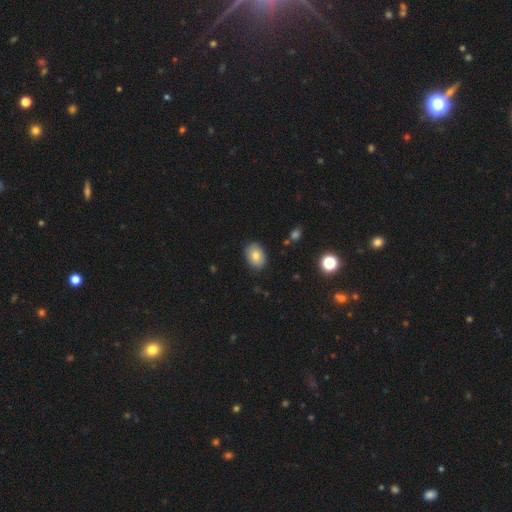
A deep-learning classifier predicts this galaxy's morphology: The model was most divided on "how rounded": in between: 80%, round: 19%, cigar-shaped: 1%. More confident: merging — none (86%); smooth or featured — smooth (80%).